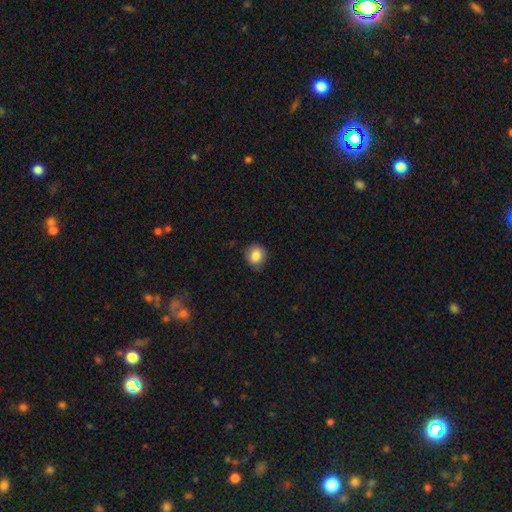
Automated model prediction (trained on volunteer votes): This appears to be a smooth galaxy with no disk features (85%) that is round (86%). Merging: none (82%).